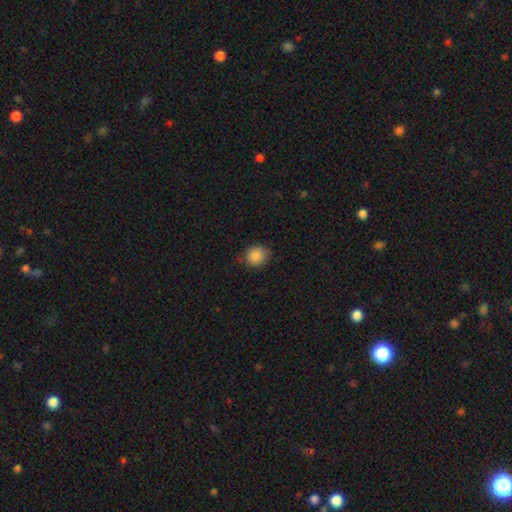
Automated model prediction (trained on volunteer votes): Smooth or featured: smooth — 86% (star or artifact — 9%)
How rounded: round — 73% (in between — 27%)
Merging: none — 72% (minor disturbance — 22%)